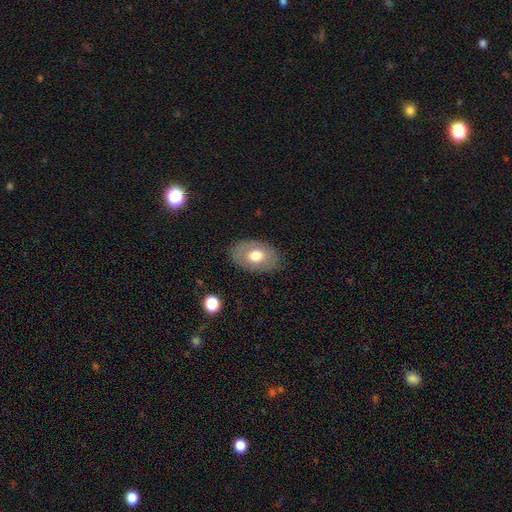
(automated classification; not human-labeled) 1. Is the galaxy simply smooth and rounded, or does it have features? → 66% smooth, 26% featured or disk, 8% star or artifact.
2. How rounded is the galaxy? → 85% in between, 14% round, 1% cigar-shaped.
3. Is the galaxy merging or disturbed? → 84% none, 12% minor disturbance, 4% major disturbance, 1% merger.